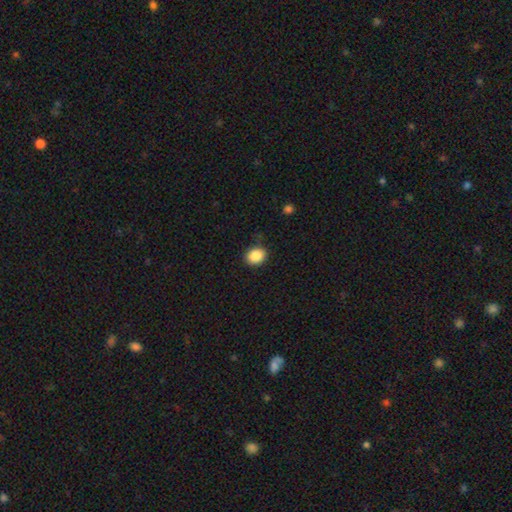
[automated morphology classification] Smooth or featured: smooth — 88% (star or artifact — 9%)
How rounded: in between — 51% (round — 48%)
Merging: none — 85% (minor disturbance — 11%)